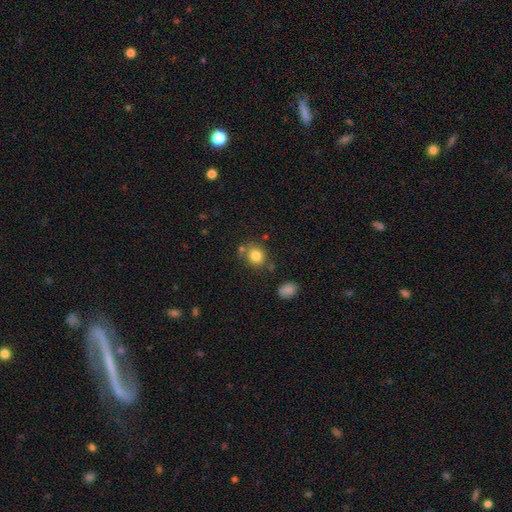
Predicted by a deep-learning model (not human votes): smooth 81%, star or artifact 11%, featured or disk 8%. Down the decision tree: how rounded — round (74%); merging — none (70%).